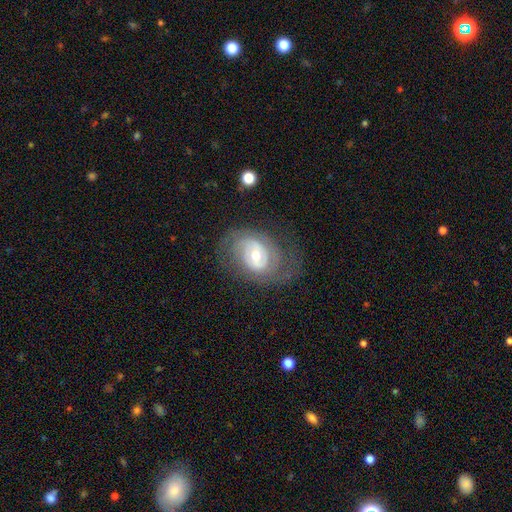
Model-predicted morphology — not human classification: This appears to be a featured or disk galaxy (77%) with no bar (44%), 2 (51%) tight (55%) spiral arms (83%) and a moderate central bulge (59%). Merging: none (64%).